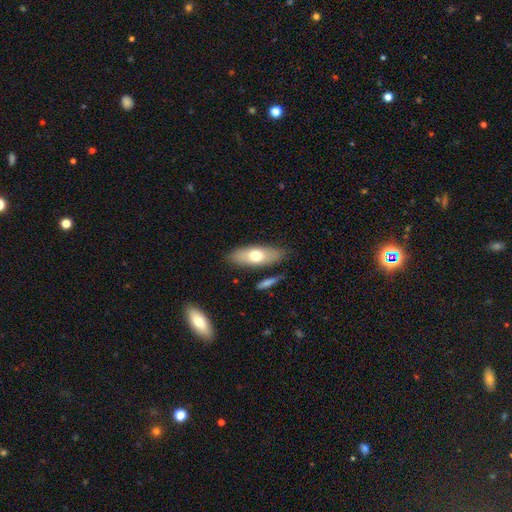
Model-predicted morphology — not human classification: A smooth galaxy with no disk features (65%) that is in between round and cigar-shaped (71%).

Vote fractions:
- Smooth or featured? smooth: 65% / featured or disk: 29% / star or artifact: 6%
- How rounded? in between: 71% / cigar-shaped: 25% / round: 3%
- Merging? none: 81% / minor disturbance: 12% / merger: 4% / major disturbance: 3%